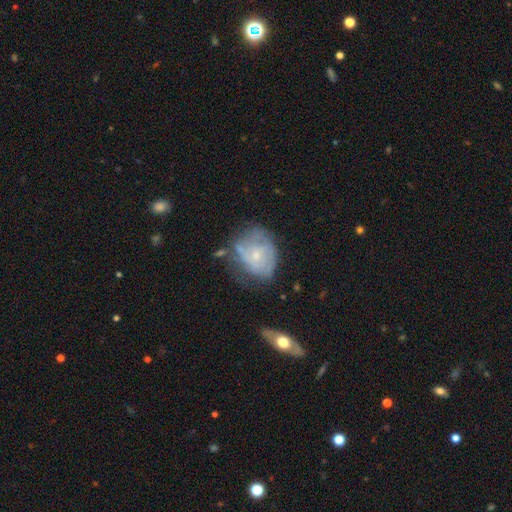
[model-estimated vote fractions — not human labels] A featured or disk galaxy (61%) with no bar (75%), spiral arms (65%) and a small central bulge (69%).

Vote fractions:
- Smooth or featured? featured or disk: 61% / smooth: 31% / star or artifact: 8%
- Edge-on disk? no: 97% / yes: 3%
- Bar? no: 75% / weak: 22% / strong: 3%
- Spiral arms? yes: 65% / no: 35%
- Bulge size? small: 69% / moderate: 25% / none: 4% / large: 1% / dominant: 1%
- Merging? none: 45% / minor disturbance: 31% / major disturbance: 18% / merger: 6%